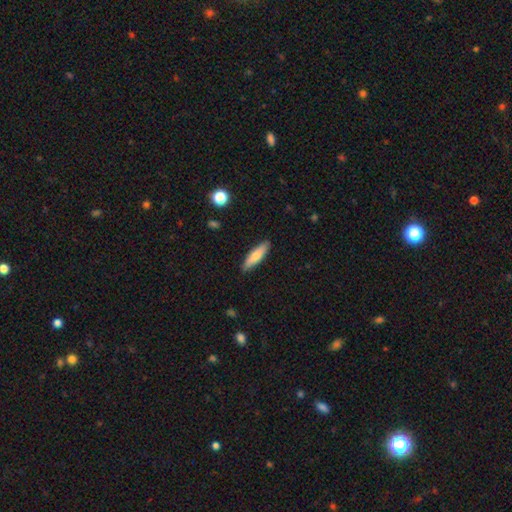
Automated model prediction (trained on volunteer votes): Smooth or featured: smooth — 73% (featured or disk — 21%)
How rounded: cigar-shaped — 68% (in between — 30%)
Merging: none — 88% (minor disturbance — 9%)